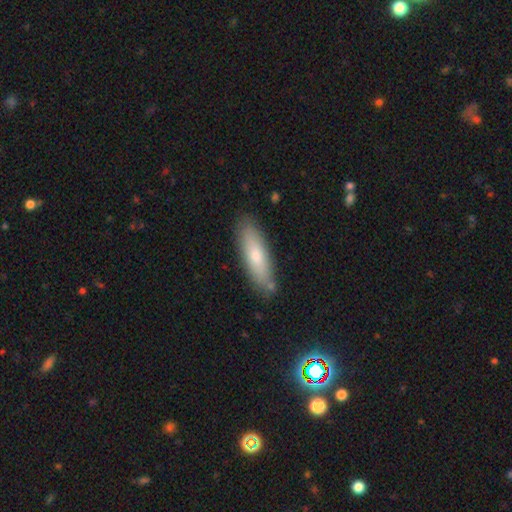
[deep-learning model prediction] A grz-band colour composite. It shows a smooth galaxy with no disk features (69%) that is cigar-shaped (62%). Merging: none (82%).